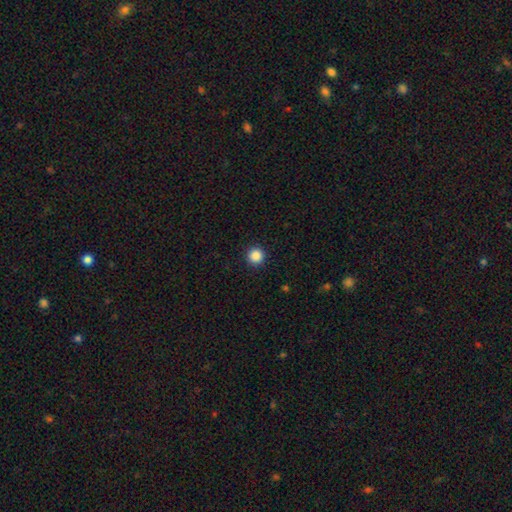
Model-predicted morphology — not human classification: This is clearly a smooth galaxy (87%). How rounded: clearly round (96%). Merging: clearly none (93%).